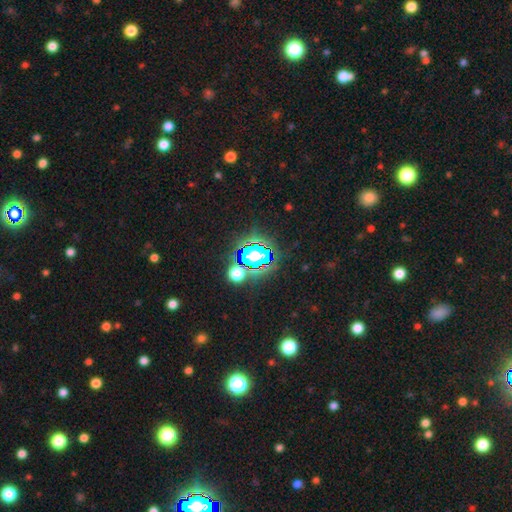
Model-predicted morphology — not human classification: type=star or artifact (62%).